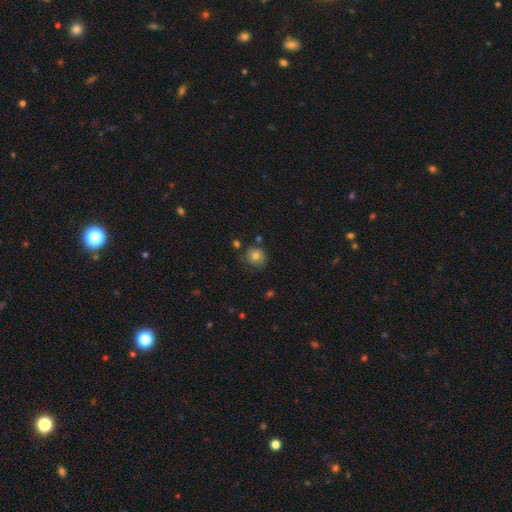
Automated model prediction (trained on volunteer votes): A smooth galaxy with no disk features (79%) that is round (86%).

Vote fractions:
- Smooth or featured? smooth: 79% / star or artifact: 11% / featured or disk: 10%
- How rounded? round: 86% / in between: 13% / cigar-shaped: 1%
- Merging? none: 75% / minor disturbance: 17% / merger: 4% / major disturbance: 4%